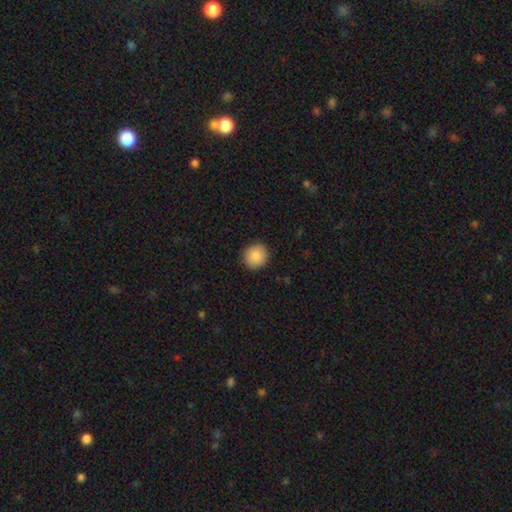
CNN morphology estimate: A smooth galaxy with no disk features (88%) that is round (92%).

Vote fractions:
- Smooth or featured? smooth: 88% / star or artifact: 8% / featured or disk: 4%
- How rounded? round: 92% / in between: 7% / cigar-shaped: 1%
- Merging? none: 92% / minor disturbance: 6% / major disturbance: 2% / merger: 1%